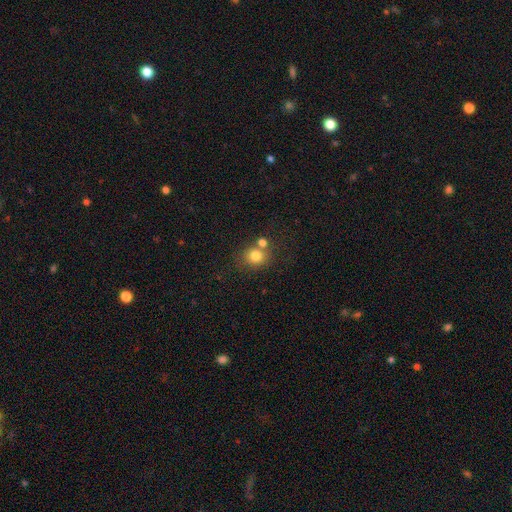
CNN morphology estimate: This is likely a smooth galaxy (80%). How rounded: likely round (78%). Merging: possibly none (59%).